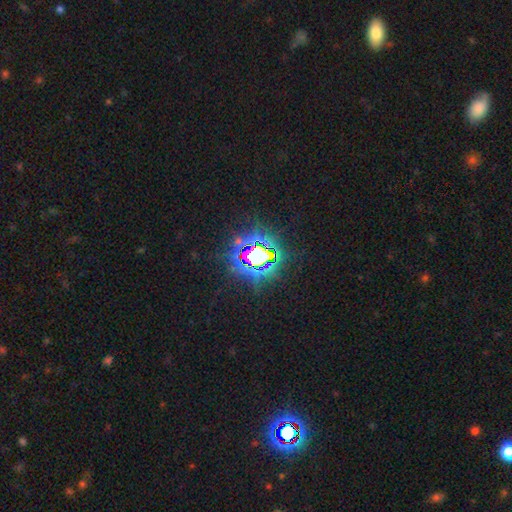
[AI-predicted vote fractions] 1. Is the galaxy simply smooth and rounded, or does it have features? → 77% star or artifact, 13% smooth, 10% featured or disk.